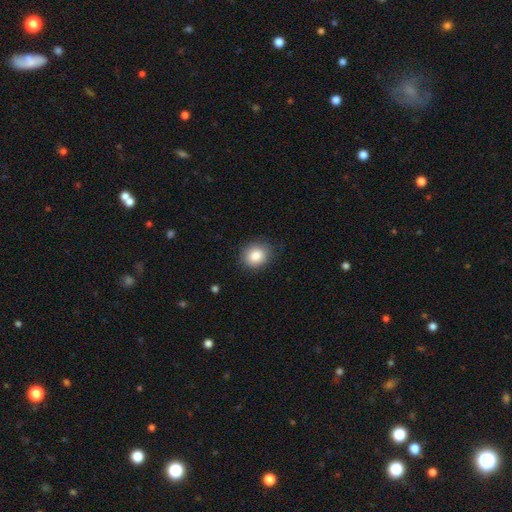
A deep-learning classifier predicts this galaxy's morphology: Q: Smooth or featured?
A: smooth (85%); runner-up: star or artifact (9%)
Q: How rounded?
A: round (71%); runner-up: in between (28%)
Q: Merging?
A: none (84%); runner-up: minor disturbance (12%)